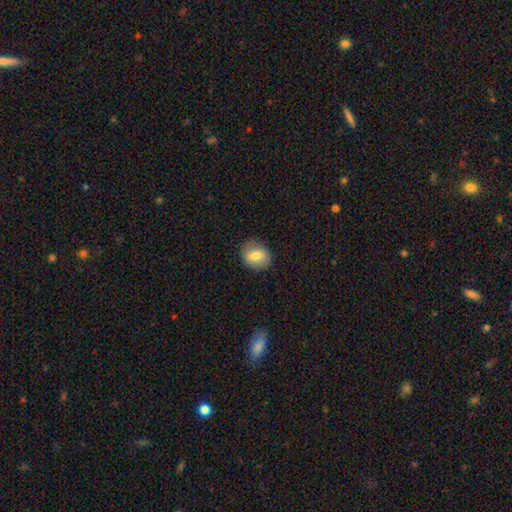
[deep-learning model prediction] Smooth or featured? smooth (68%)
How rounded? round (58%)
Merging? none (84%)